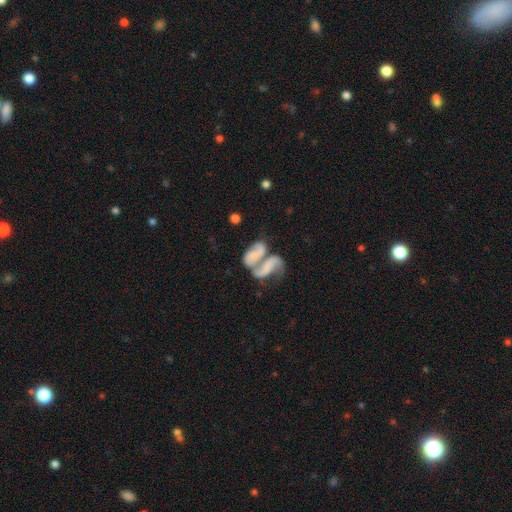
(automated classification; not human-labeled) Overall: featured or disk (60%; smooth 31%). Edge-on disk: no (96%). Bar: no (64%). Spiral arms: yes (67%; no 33%). Bulge size: none (55%; small 25%). Merging: merger (70%).